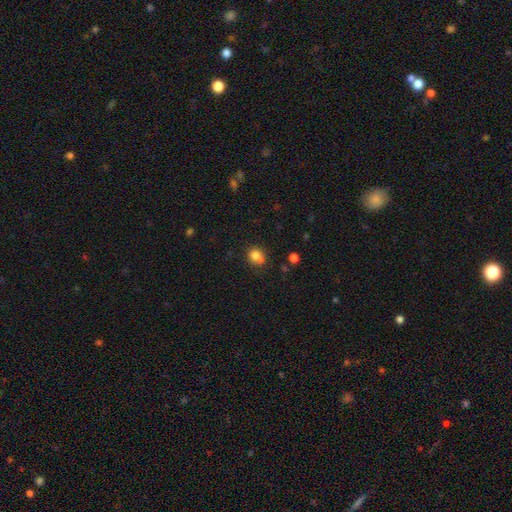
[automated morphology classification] Smooth or featured: smooth — 82% (star or artifact — 11%)
How rounded: round — 69% (in between — 30%)
Merging: none — 64% (minor disturbance — 23%)